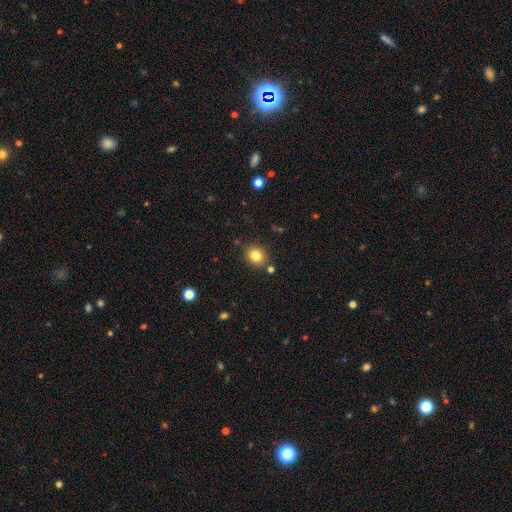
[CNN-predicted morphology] A smooth galaxy with no disk features (81%) that is round (76%). Merging: none (83%).